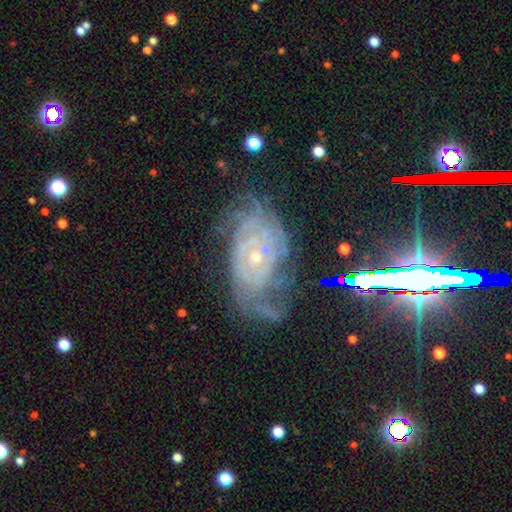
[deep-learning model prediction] Overall: featured or disk (81%). Edge-on disk: no (95%). Bar: no (75%). Spiral arms: yes (94%). Spiral arm count: can't tell (41%; 2 16%). Spiral winding: tight (73%). Bulge size: small (77%). Merging: none (59%; minor disturbance 24%).